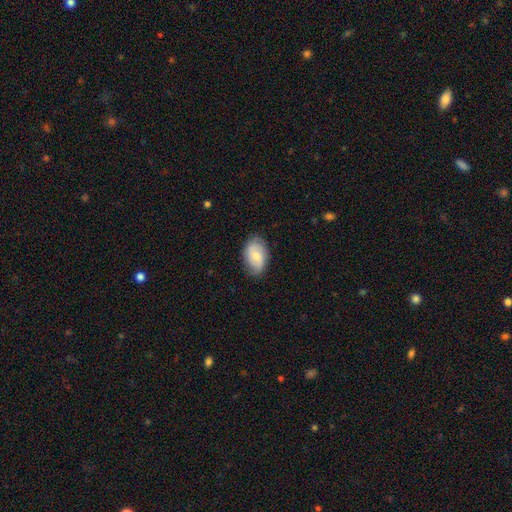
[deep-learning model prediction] Q: Smooth or featured?
A: smooth (53%); runner-up: featured or disk (40%)
Q: How rounded?
A: in between (89%); runner-up: round (9%)
Q: Merging?
A: none (79%); runner-up: minor disturbance (16%)